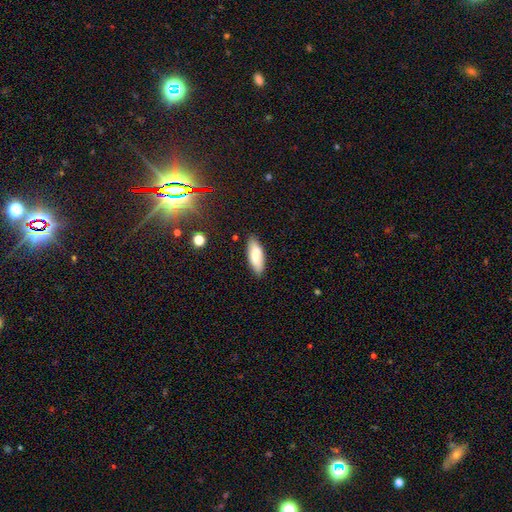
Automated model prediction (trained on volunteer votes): smooth-or-featured: smooth: 81% | featured or disk: 13% | star or artifact: 7%
  how-rounded: in between: 71% | cigar-shaped: 27% | round: 2%
  merging: none: 86% | minor disturbance: 10% | major disturbance: 2% | merger: 1%